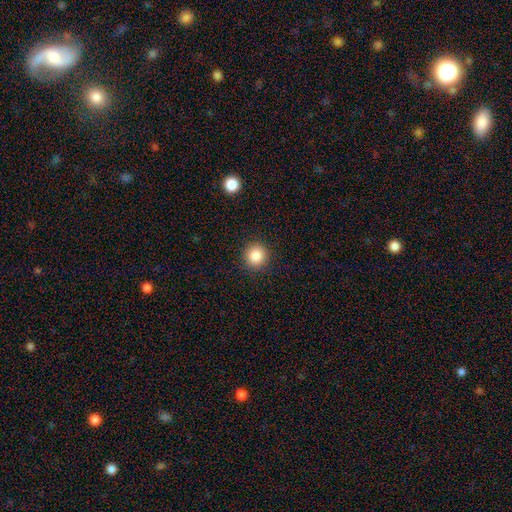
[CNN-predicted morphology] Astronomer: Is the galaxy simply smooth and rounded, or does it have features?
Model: smooth — 86%.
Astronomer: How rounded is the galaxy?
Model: round — 93%.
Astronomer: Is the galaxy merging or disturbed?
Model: none — 91%.